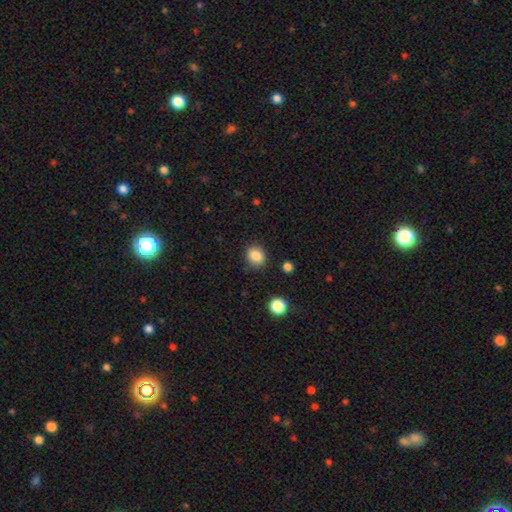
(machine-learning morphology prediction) Smooth or featured: smooth — 86% (star or artifact — 10%)
How rounded: round — 62% (in between — 37%)
Merging: none — 84% (minor disturbance — 11%)